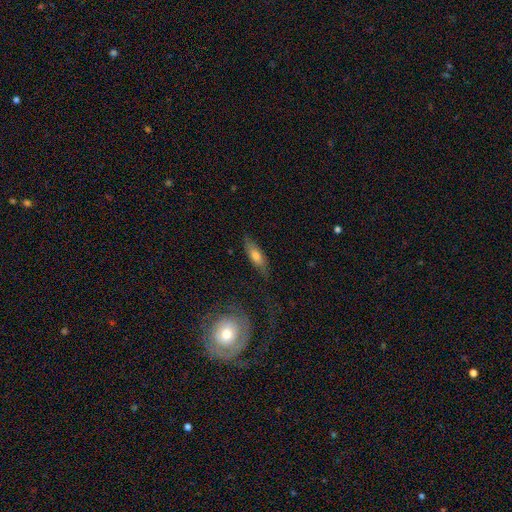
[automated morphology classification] smooth-or-featured: smooth: 66% | featured or disk: 27% | star or artifact: 7%
  how-rounded: in between: 61% | cigar-shaped: 37% | round: 3%
  merging: none: 75% | minor disturbance: 19% | major disturbance: 4% | merger: 2%